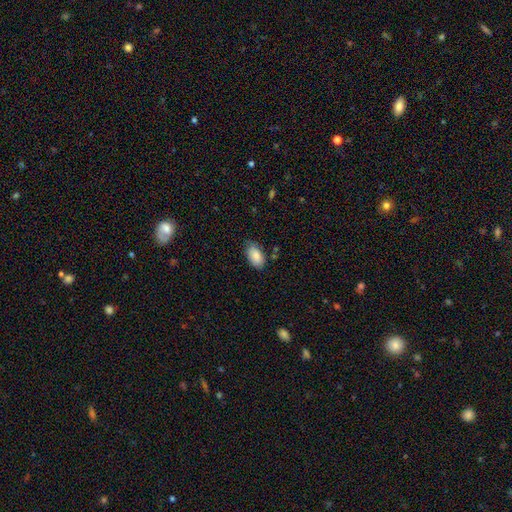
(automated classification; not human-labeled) Smooth or featured?
  - smooth: 85% *
  - featured or disk: 8%
  - star or artifact: 7%
How rounded?
  - in between: 94% *
  - round: 4%
  - cigar-shaped: 2%
Merging?
  - none: 71% *
  - minor disturbance: 23%
  - major disturbance: 4%
  - merger: 2%